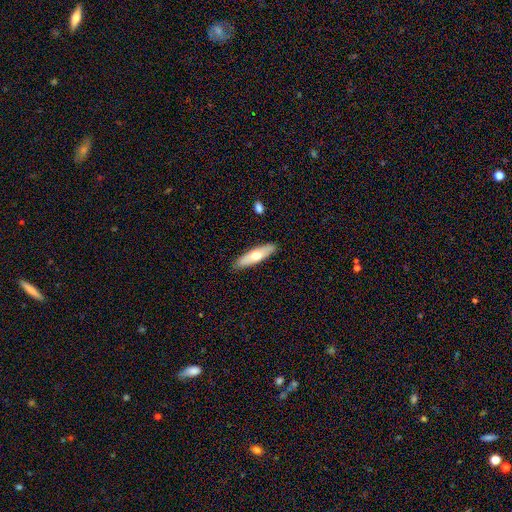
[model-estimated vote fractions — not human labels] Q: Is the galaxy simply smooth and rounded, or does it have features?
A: smooth — 59%.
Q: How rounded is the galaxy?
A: cigar-shaped — 59%.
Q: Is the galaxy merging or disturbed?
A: none — 88%.